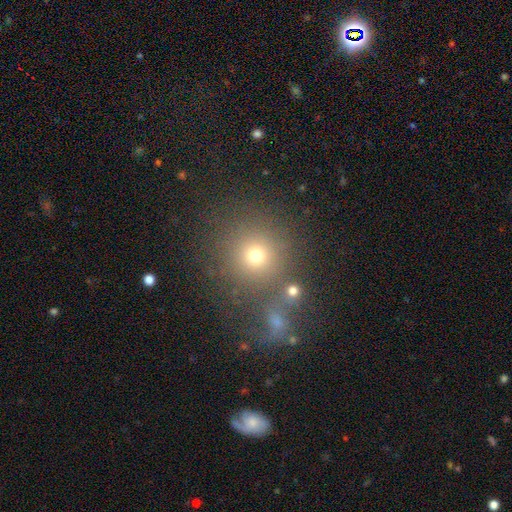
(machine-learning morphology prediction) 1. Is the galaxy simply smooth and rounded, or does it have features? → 71% smooth, 19% star or artifact, 10% featured or disk.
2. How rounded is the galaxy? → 91% round, 8% in between, 1% cigar-shaped.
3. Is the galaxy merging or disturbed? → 71% none, 14% merger, 9% minor disturbance, 6% major disturbance.